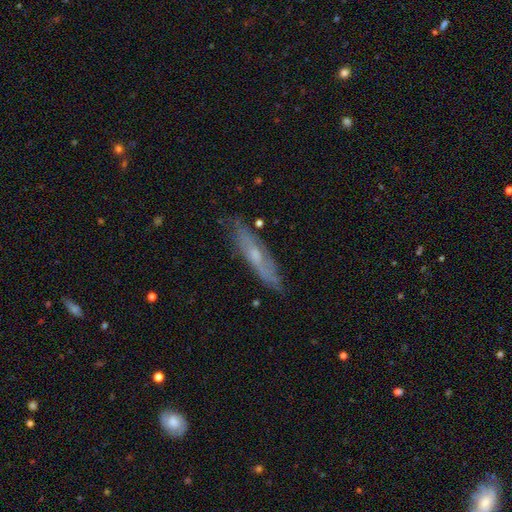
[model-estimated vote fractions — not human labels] Q: Smooth or featured?
A: featured or disk (54%); runner-up: smooth (38%)
Q: Edge-on disk?
A: yes (61%); runner-up: no (39%)
Q: Merging?
A: none (80%); runner-up: minor disturbance (15%)